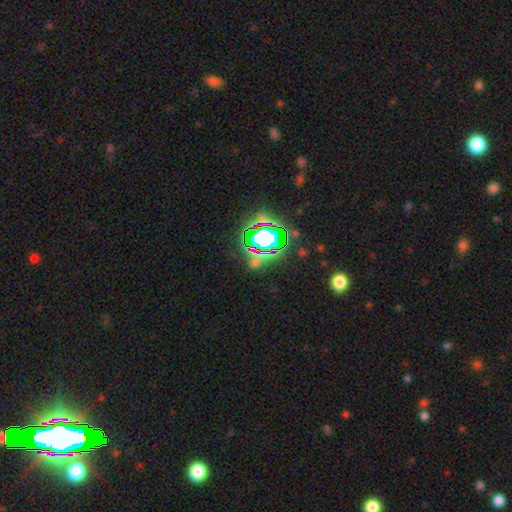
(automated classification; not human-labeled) smooth-or-featured: star or artifact: 66% | smooth: 20% | featured or disk: 14%